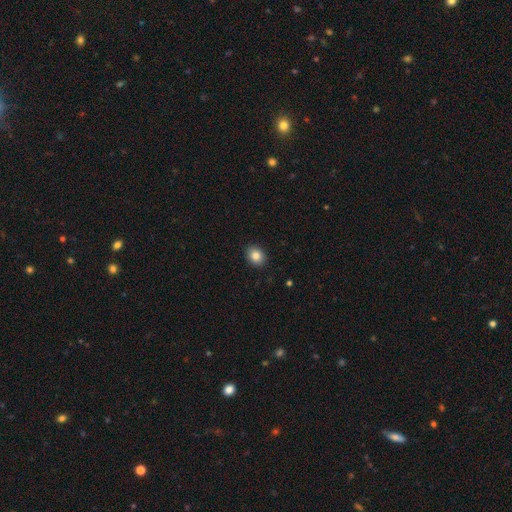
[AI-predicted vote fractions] Smooth or featured?
  - smooth: 84% *
  - star or artifact: 9%
  - featured or disk: 6%
How rounded?
  - in between: 51% *
  - round: 48%
  - cigar-shaped: 1%
Merging?
  - none: 91% *
  - minor disturbance: 6%
  - major disturbance: 2%
  - merger: 1%